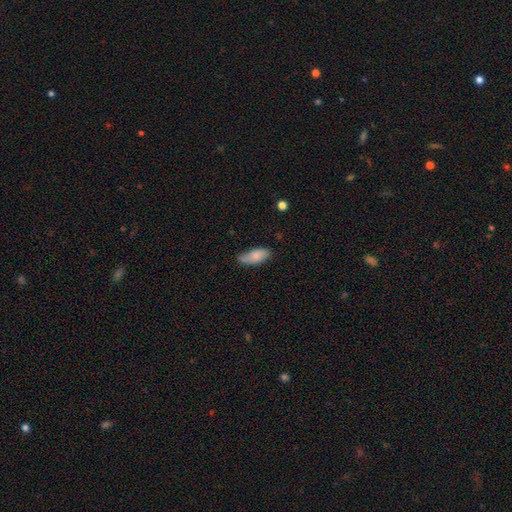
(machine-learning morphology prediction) Smooth or featured?
  - smooth: 82% *
  - featured or disk: 12%
  - star or artifact: 6%
How rounded?
  - in between: 84% *
  - cigar-shaped: 14%
  - round: 2%
Merging?
  - none: 67% *
  - minor disturbance: 27%
  - major disturbance: 4%
  - merger: 2%